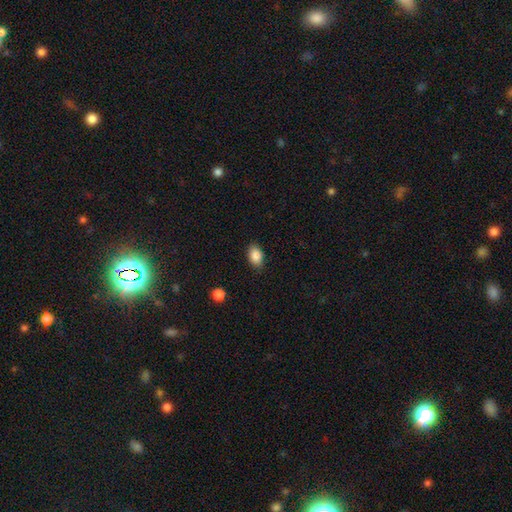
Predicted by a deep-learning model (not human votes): Overall: smooth (88%). How rounded: in between (87%). Merging: none (87%).